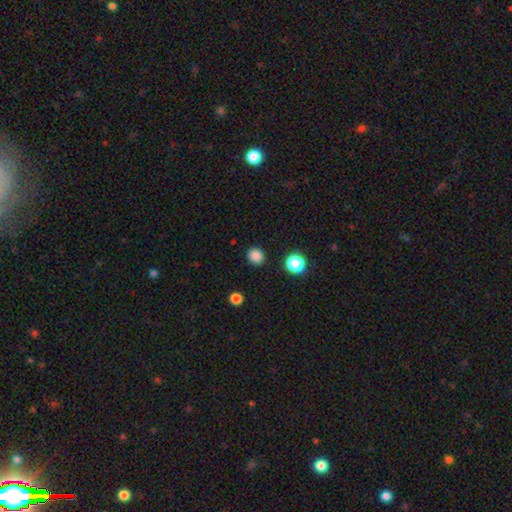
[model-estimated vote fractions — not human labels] Smooth or featured? Predicted: smooth (p=0.85). How rounded? Predicted: round (p=0.86). Merging? Predicted: none (p=0.91).